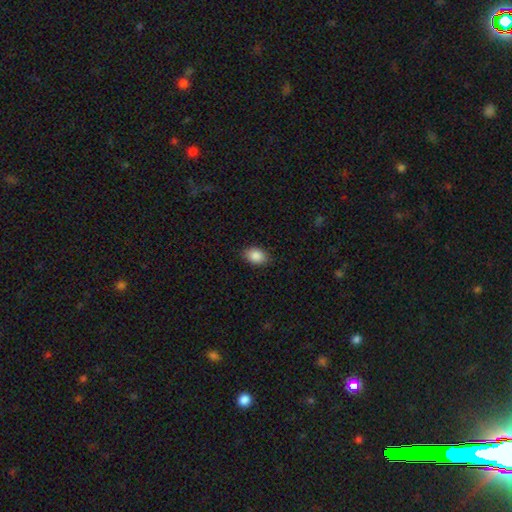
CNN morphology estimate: Q: Smooth or featured?
A: smooth (88%); runner-up: star or artifact (7%)
Q: How rounded?
A: in between (82%); runner-up: round (16%)
Q: Merging?
A: none (85%); runner-up: minor disturbance (11%)